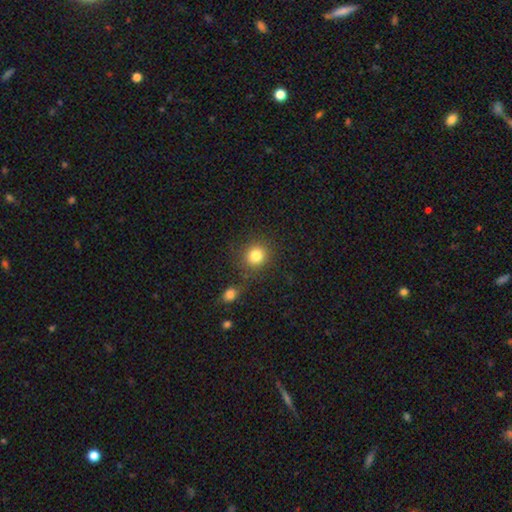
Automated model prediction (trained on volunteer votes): Overall: smooth (83%). How rounded: round (86%). Merging: none (79%).